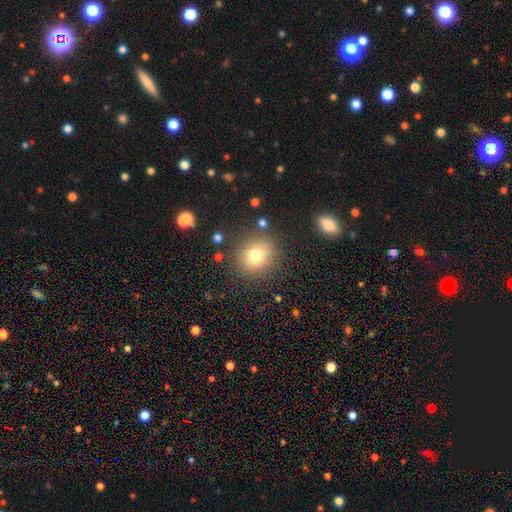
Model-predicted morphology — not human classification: smooth_or_featured: smooth (p=0.75) [alt: star or artifact p=0.14]
how_rounded: round (p=0.82) [alt: in between p=0.17]
merging: none (p=0.85) [alt: minor disturbance p=0.09]